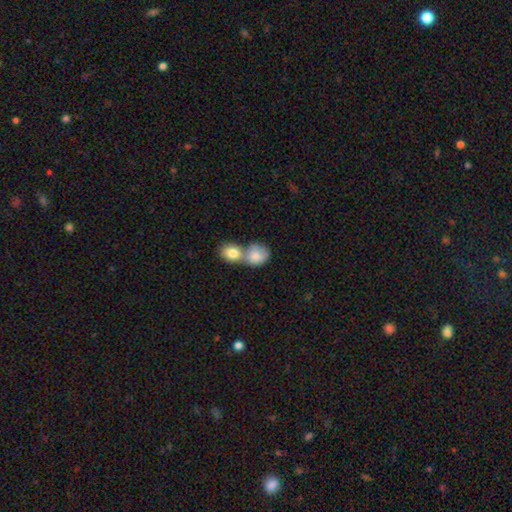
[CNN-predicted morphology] smooth_or_featured: smooth (p=0.82) [alt: featured or disk p=0.12]
how_rounded: round (p=0.62) [alt: in between p=0.37]
merging: merger (p=0.68) [alt: none p=0.21]